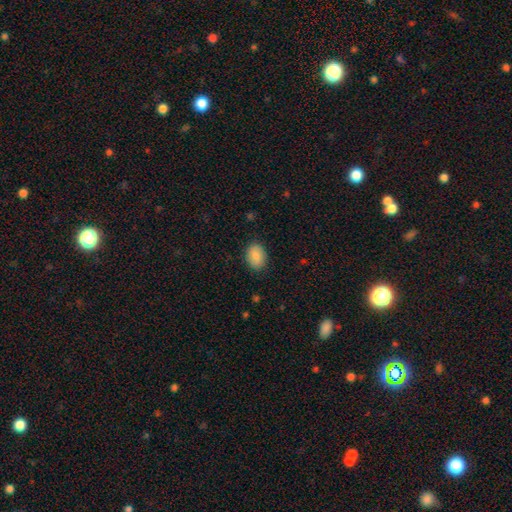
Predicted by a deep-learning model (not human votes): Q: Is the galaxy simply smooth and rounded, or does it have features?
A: smooth — 86%.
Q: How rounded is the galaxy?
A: in between — 76%.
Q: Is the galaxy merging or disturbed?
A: none — 87%.